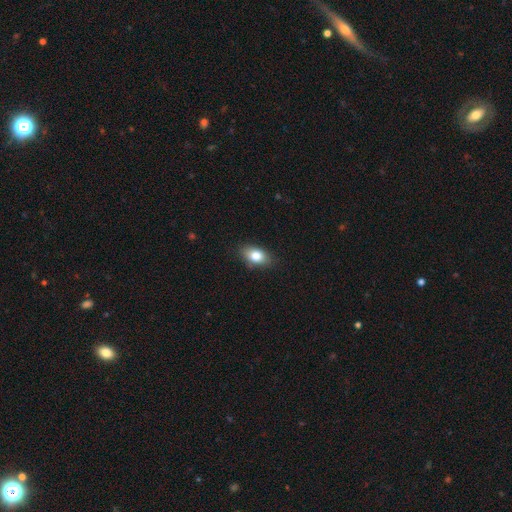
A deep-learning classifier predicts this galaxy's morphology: Smooth or featured: smooth — 81% (featured or disk — 11%)
How rounded: in between — 85% (round — 12%)
Merging: none — 83% (minor disturbance — 14%)